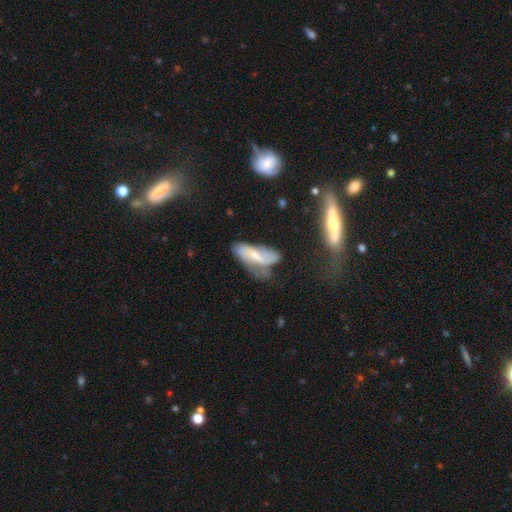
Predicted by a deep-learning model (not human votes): Q: Smooth or featured?
A: featured or disk (56%); runner-up: smooth (36%)
Q: Edge-on disk?
A: no (84%); runner-up: yes (16%)
Q: Merging?
A: none (39%); runner-up: minor disturbance (31%)